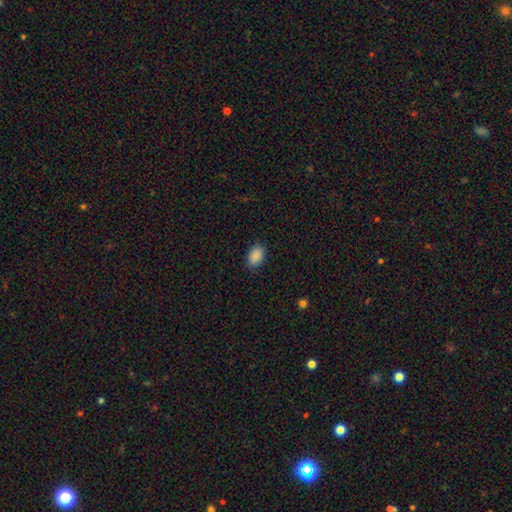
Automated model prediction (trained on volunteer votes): Morphology: type=smooth (89%); roundness=in between (83%); merging=none (84%).